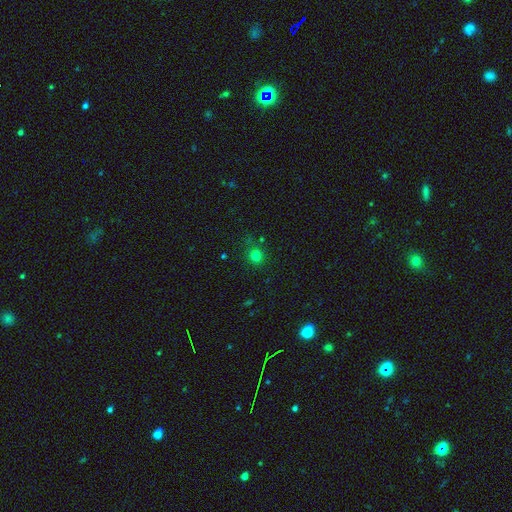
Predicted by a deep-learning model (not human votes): A smooth galaxy with no disk features (75%) that is round (86%).

Vote fractions:
- Smooth or featured? smooth: 75% / star or artifact: 20% / featured or disk: 5%
- How rounded? round: 86% / in between: 13% / cigar-shaped: 1%
- Merging? none: 81% / minor disturbance: 11% / merger: 5% / major disturbance: 3%